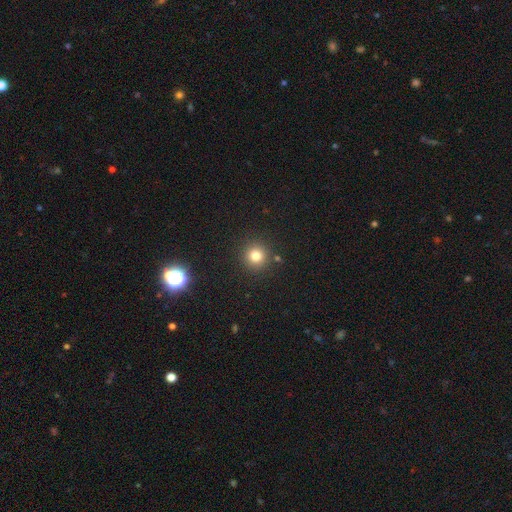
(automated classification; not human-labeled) This is likely a smooth galaxy (79%). How rounded: clearly round (94%). Merging: clearly none (88%).